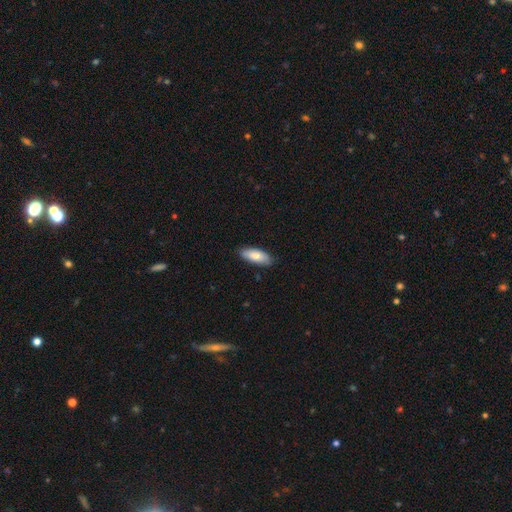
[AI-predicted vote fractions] A smooth galaxy with no disk features (84%) that is in between round and cigar-shaped (76%).

Vote fractions:
- Smooth or featured? smooth: 84% / featured or disk: 10% / star or artifact: 5%
- How rounded? in between: 76% / cigar-shaped: 22% / round: 2%
- Merging? none: 86% / minor disturbance: 11% / major disturbance: 2% / merger: 1%